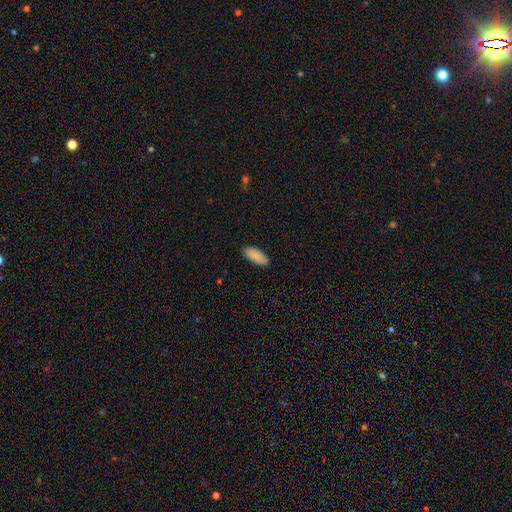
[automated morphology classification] The model was most divided on "how rounded": in between: 86%, cigar-shaped: 12%, round: 2%. More confident: smooth or featured — smooth (90%); merging — none (87%).